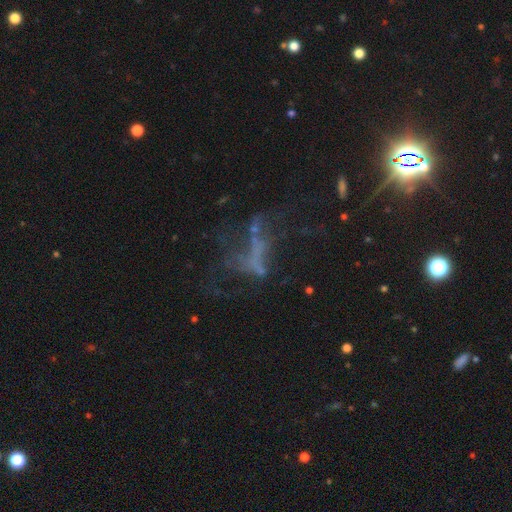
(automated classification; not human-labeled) The model was most divided on "merging": major disturbance: 39%, none: 38%, minor disturbance: 14%, merger: 9%. Remaining: smooth or featured — featured or disk (42%).